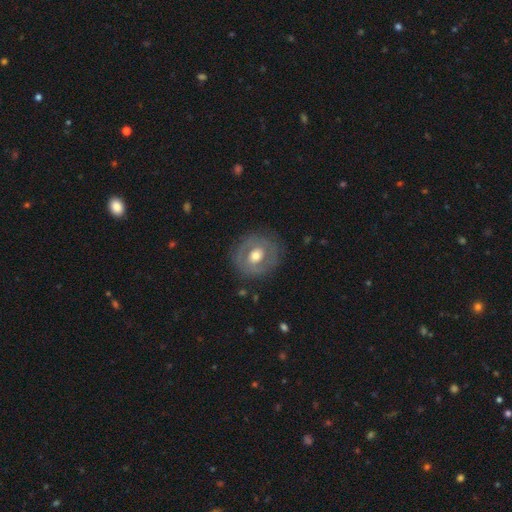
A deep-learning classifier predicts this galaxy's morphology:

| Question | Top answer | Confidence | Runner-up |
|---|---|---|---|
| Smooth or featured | featured or disk | 54% | smooth (39%) |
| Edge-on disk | no | 96% | yes (4%) |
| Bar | no | 67% | weak (24%) |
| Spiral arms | no | 72% | yes (28%) |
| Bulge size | moderate | 72% | large (14%) |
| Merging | none | 79% | minor disturbance (13%) |